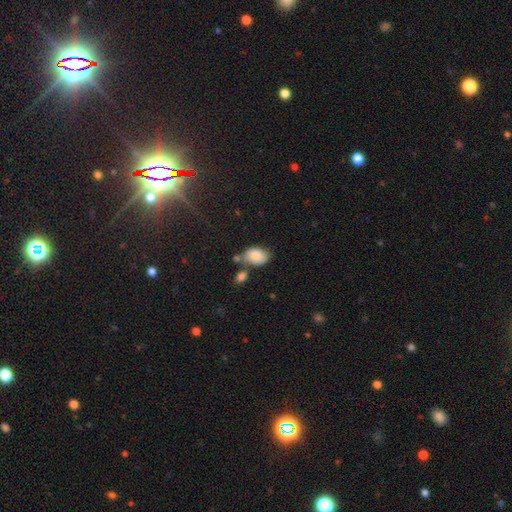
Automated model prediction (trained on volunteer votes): This appears to be a smooth galaxy with no disk features (87%) that is in between round and cigar-shaped (86%). Merging: none (52%).